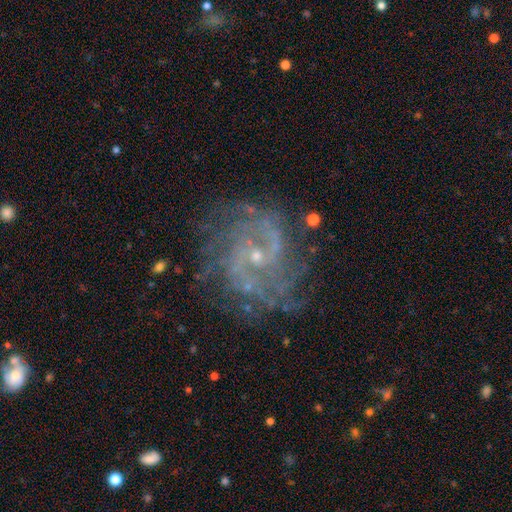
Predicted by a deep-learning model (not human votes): A featured or disk galaxy (85%) with no bar (53%), 2 (36%) medium (45%) spiral arms (95%) and a small central bulge (79%). Merging: none (71%).